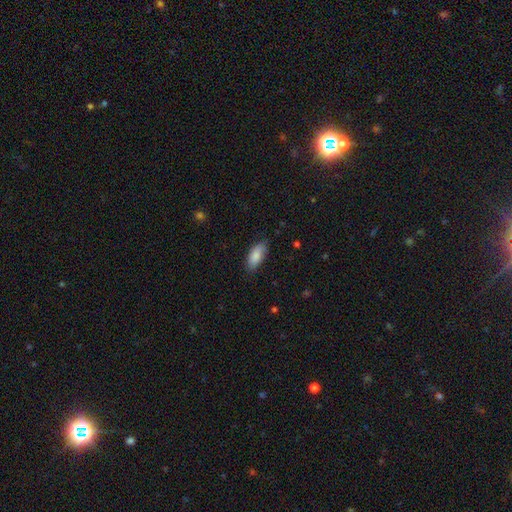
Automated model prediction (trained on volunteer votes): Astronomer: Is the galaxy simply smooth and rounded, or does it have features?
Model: smooth — 85%.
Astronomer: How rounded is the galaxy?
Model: in between — 88%.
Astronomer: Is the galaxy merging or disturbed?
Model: none — 76%.